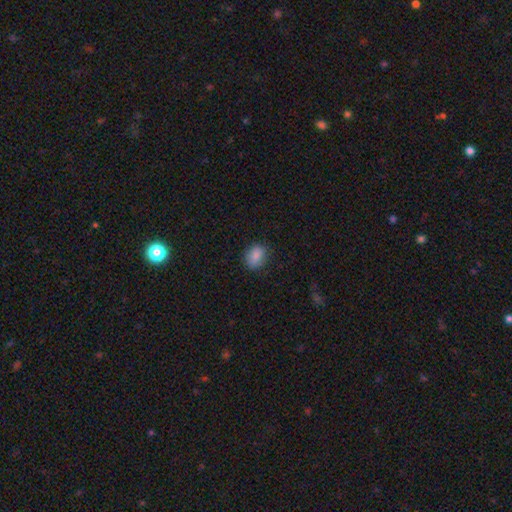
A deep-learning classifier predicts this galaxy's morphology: This appears to be a smooth galaxy with no disk features (87%) that is in between round and cigar-shaped (61%). Merging: none (82%).